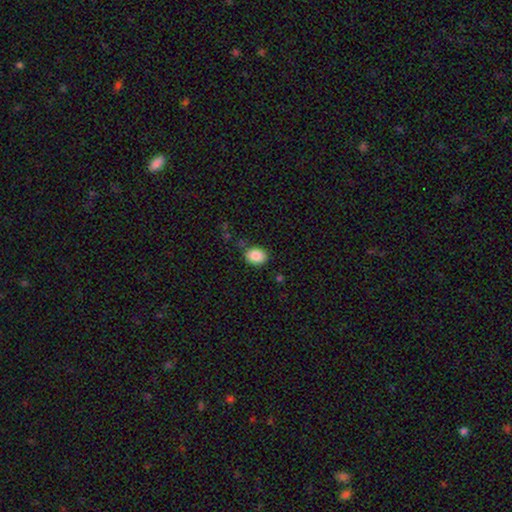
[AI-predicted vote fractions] Morphology: type=smooth (88%); roundness=in between (57%); merging=none (81%).